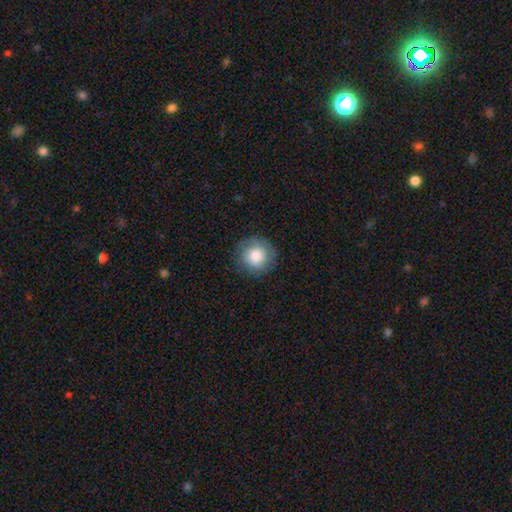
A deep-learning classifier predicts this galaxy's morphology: Overall: smooth (83%). How rounded: round (94%). Merging: none (86%).